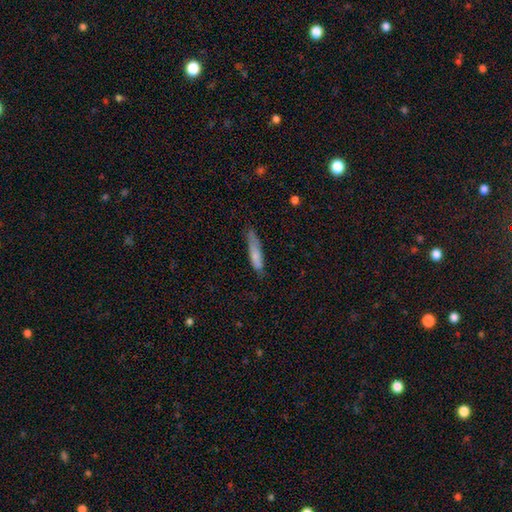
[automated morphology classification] A smooth galaxy with no disk features (76%) that is cigar-shaped (81%).

Vote fractions:
- Smooth or featured? smooth: 76% / featured or disk: 18% / star or artifact: 6%
- How rounded? cigar-shaped: 81% / in between: 17% / round: 2%
- Merging? none: 64% / minor disturbance: 27% / major disturbance: 7% / merger: 2%